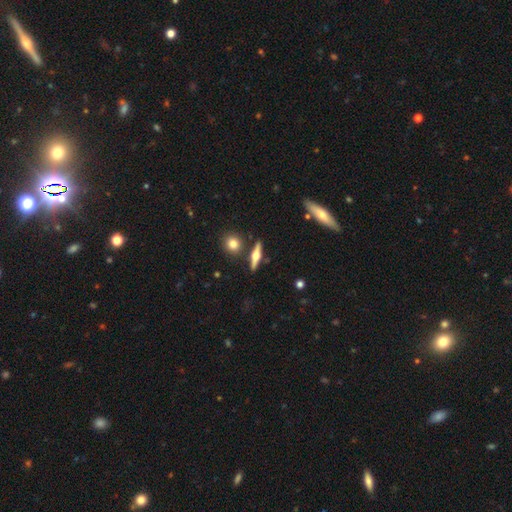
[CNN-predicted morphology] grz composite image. It shows a featured or disk galaxy (67%) viewed edge-on (96%) with a rounded central bulge (94%). Merging: none (84%).